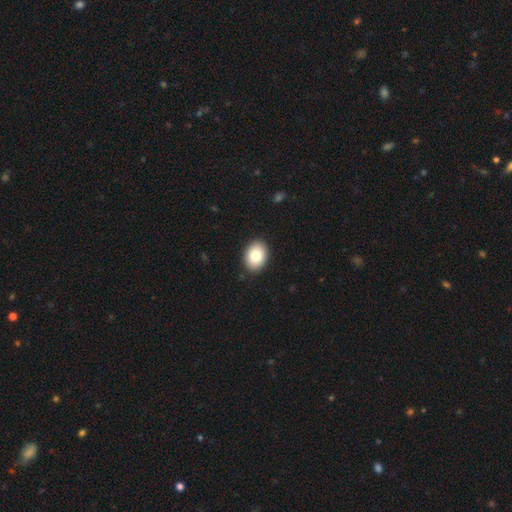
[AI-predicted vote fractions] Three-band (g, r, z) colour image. It shows a smooth galaxy with no disk features (82%) that is in between round and cigar-shaped (67%). Merging: none (90%).